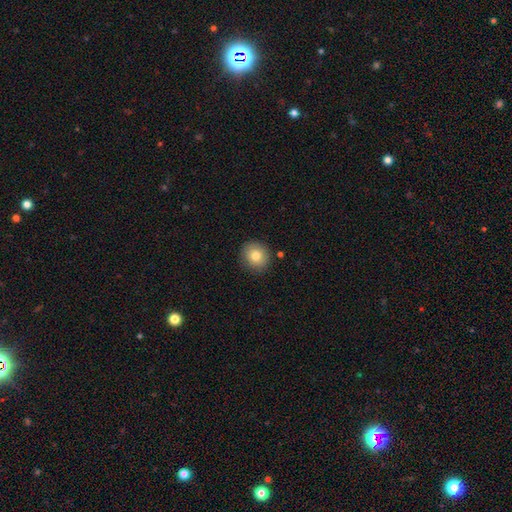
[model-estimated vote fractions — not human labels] smooth-or-featured: smooth: 79% | featured or disk: 11% | star or artifact: 10%
  how-rounded: round: 87% | in between: 12% | cigar-shaped: 1%
  merging: none: 89% | minor disturbance: 8% | major disturbance: 2% | merger: 2%